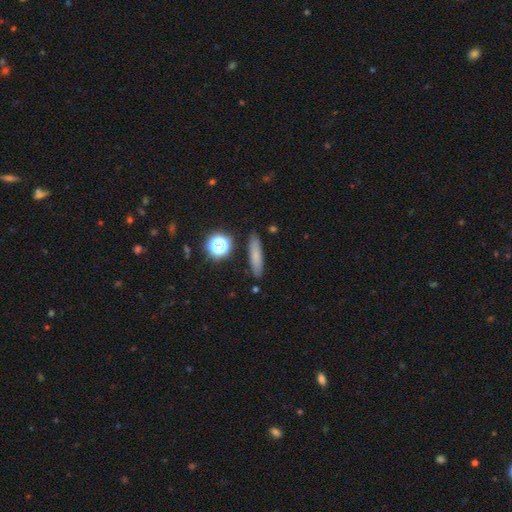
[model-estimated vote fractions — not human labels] A smooth galaxy with no disk features (71%) that is cigar-shaped (76%).

Vote fractions:
- Smooth or featured? smooth: 71% / featured or disk: 16% / star or artifact: 13%
- How rounded? cigar-shaped: 76% / in between: 17% / round: 7%
- Merging? none: 85% / minor disturbance: 10% / major disturbance: 3% / merger: 2%